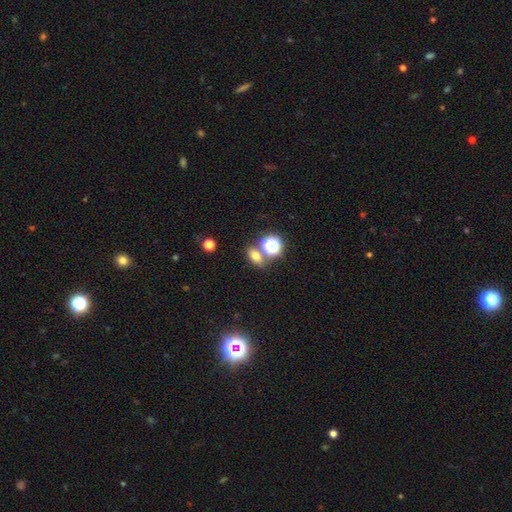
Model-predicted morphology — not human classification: A smooth galaxy with no disk features (69%) that is in between round and cigar-shaped (67%). Merging: none (67%).